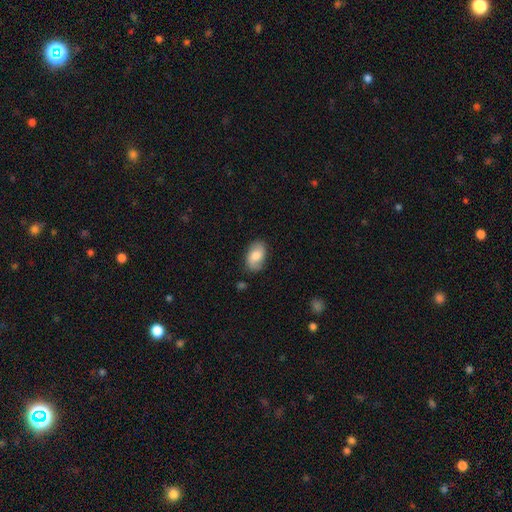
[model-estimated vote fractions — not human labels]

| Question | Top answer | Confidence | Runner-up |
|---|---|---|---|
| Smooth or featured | smooth | 69% | featured or disk (23%) |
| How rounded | in between | 90% | round (9%) |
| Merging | none | 76% | minor disturbance (18%) |